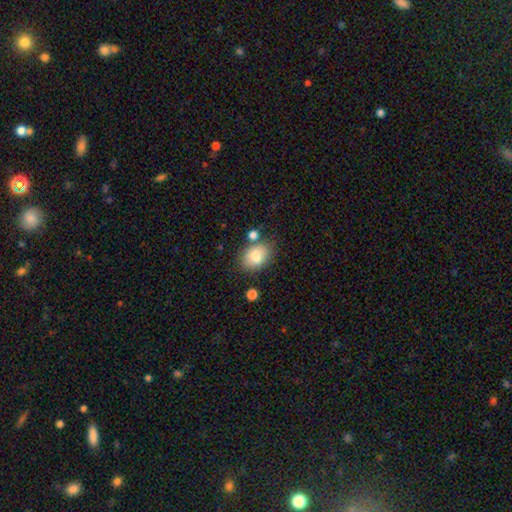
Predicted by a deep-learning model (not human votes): Overall: smooth (80%). How rounded: in between (72%). Merging: none (67%).